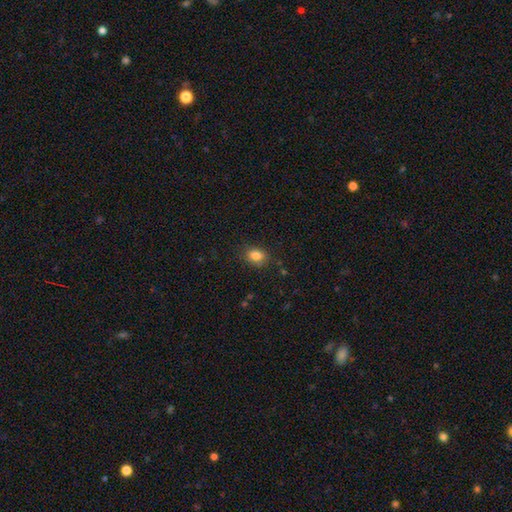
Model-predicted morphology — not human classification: Overall: smooth (83%). How rounded: in between (61%; round 38%). Merging: none (82%).